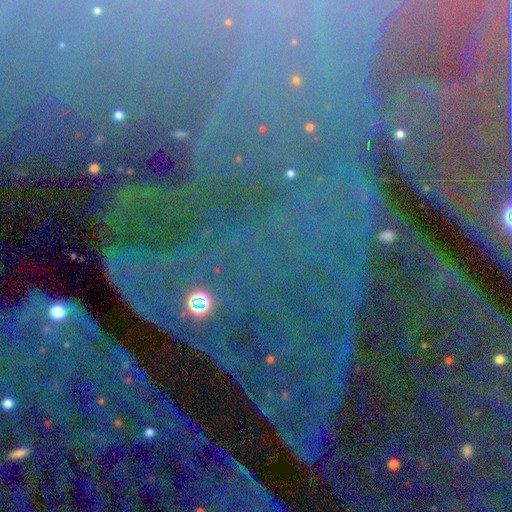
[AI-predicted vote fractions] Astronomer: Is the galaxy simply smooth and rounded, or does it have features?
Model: star or artifact — 86%.